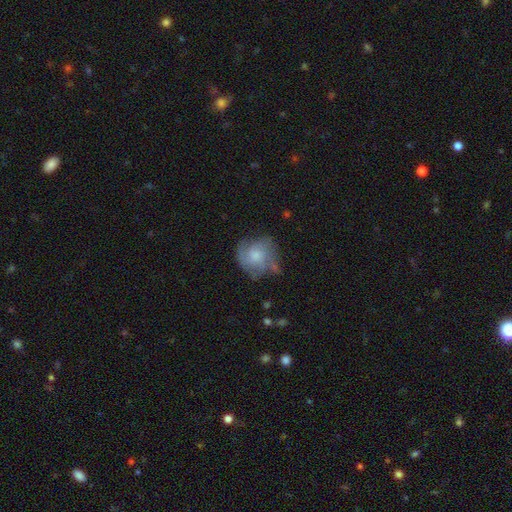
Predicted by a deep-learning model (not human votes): smooth_or_featured: featured or disk (p=0.50) [alt: smooth p=0.42]
merging: none (p=0.55) [alt: minor disturbance p=0.27]